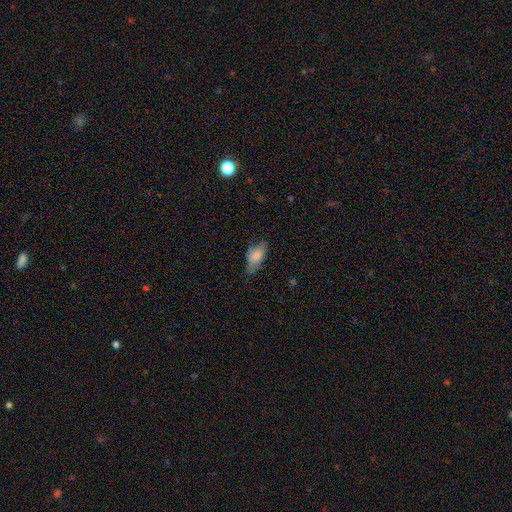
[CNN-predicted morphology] type=smooth (76%); roundness=in between (86%); merging=none (51%).